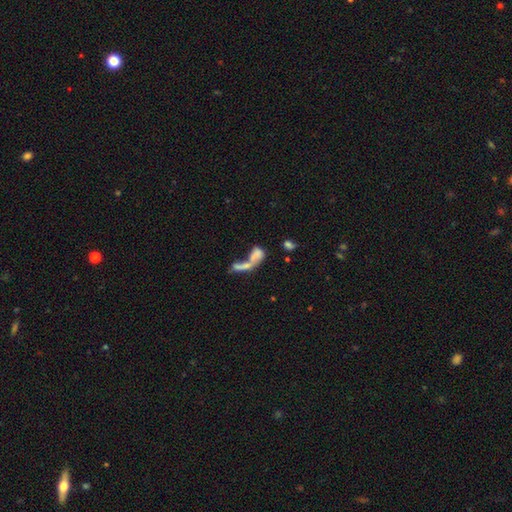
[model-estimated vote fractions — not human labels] smooth-or-featured: smooth: 57% | featured or disk: 31% | star or artifact: 12%
  how-rounded: in between: 63% | cigar-shaped: 23% | round: 14%
  merging: merger: 61% | major disturbance: 17% | none: 15% | minor disturbance: 7%